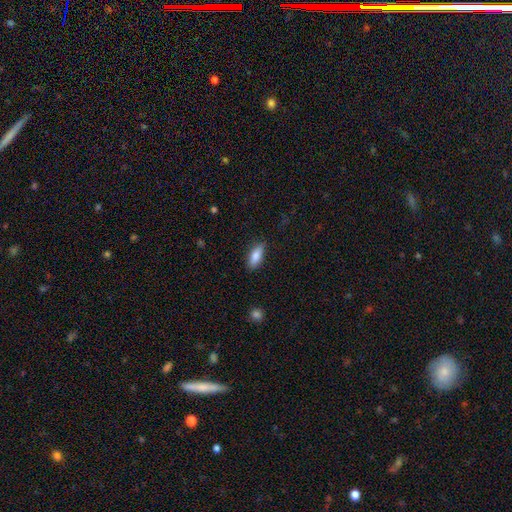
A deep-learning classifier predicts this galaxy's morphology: smooth-or-featured: smooth: 84% | featured or disk: 9% | star or artifact: 7%
  how-rounded: in between: 73% | cigar-shaped: 25% | round: 2%
  merging: none: 82% | minor disturbance: 14% | major disturbance: 3% | merger: 1%